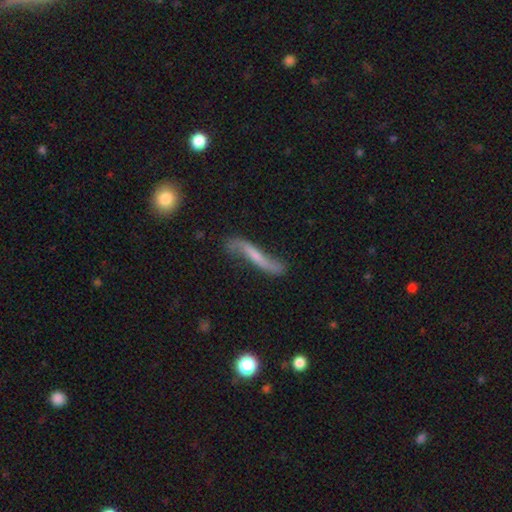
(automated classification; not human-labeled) Overall: featured or disk (73%). Edge-on disk: no (66%; yes 34%). Merging: none (59%; minor disturbance 24%).